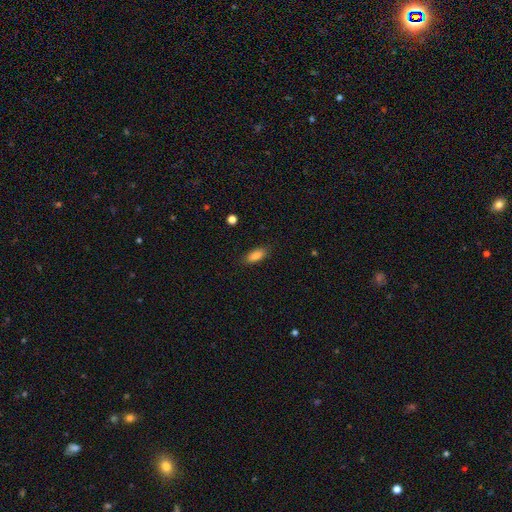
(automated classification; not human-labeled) The model was most divided on "how rounded": in between: 79%, cigar-shaped: 19%, round: 3%. More confident: merging — none (85%); smooth or featured — smooth (85%).